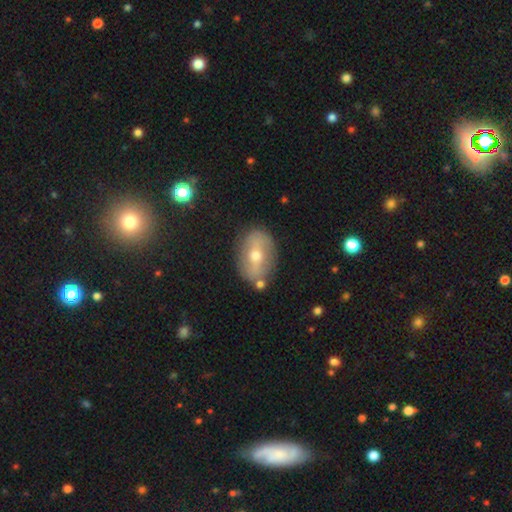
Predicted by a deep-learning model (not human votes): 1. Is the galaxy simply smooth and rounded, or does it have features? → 53% featured or disk, 38% smooth, 8% star or artifact.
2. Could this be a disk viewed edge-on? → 88% no, 12% yes.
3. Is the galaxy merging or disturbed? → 81% none, 12% minor disturbance, 4% major disturbance, 3% merger.